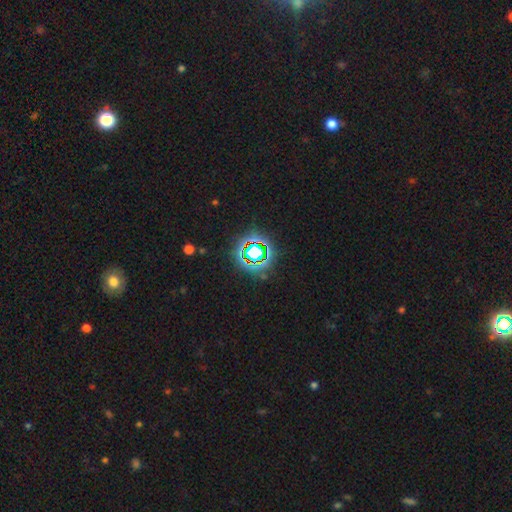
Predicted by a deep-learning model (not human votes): Smooth or featured? Predicted: star or artifact (p=0.70).